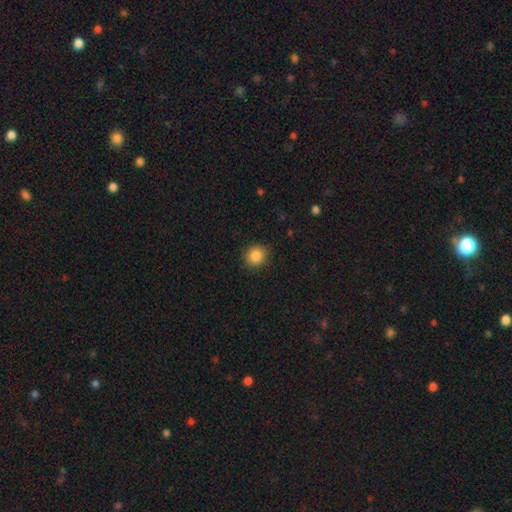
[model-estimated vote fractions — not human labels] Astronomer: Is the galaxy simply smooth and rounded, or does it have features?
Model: smooth — 86%.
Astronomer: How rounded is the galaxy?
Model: round — 85%.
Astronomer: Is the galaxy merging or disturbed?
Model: none — 89%.